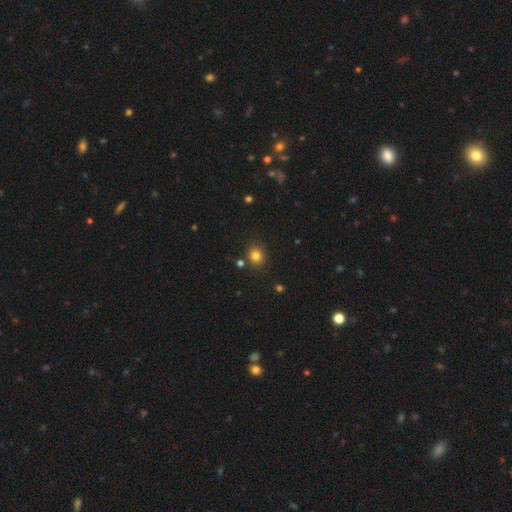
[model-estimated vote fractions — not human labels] smooth-or-featured: smooth: 81% | star or artifact: 13% | featured or disk: 6%
  how-rounded: round: 79% | in between: 21% | cigar-shaped: 1%
  merging: none: 83% | minor disturbance: 9% | merger: 5% | major disturbance: 3%